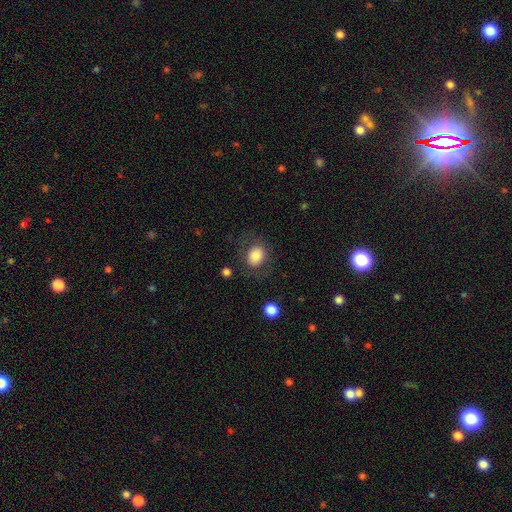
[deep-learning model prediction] A smooth galaxy with no disk features (80%) that is round (54%). Merging: none (75%).